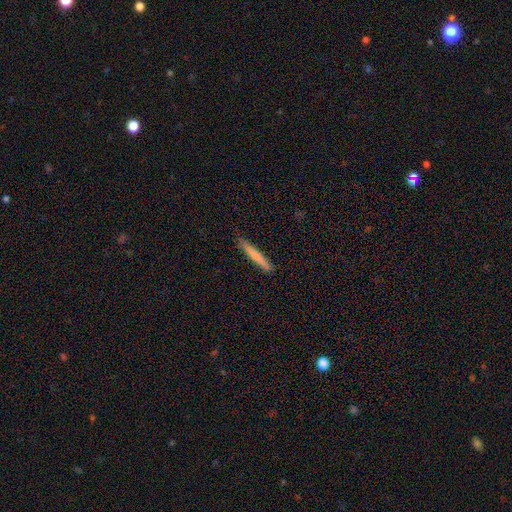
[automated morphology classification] Smooth or featured? smooth (74%)
How rounded? cigar-shaped (96%)
Merging? none (86%)